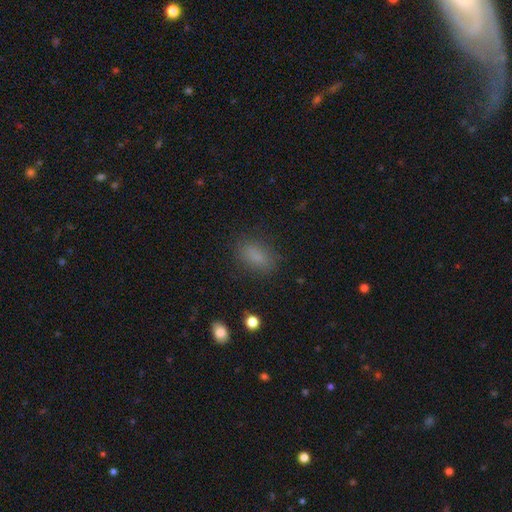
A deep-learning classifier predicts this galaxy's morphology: Smooth or featured: smooth — 81% (star or artifact — 12%)
How rounded: in between — 84% (round — 10%)
Merging: none — 83% (minor disturbance — 12%)